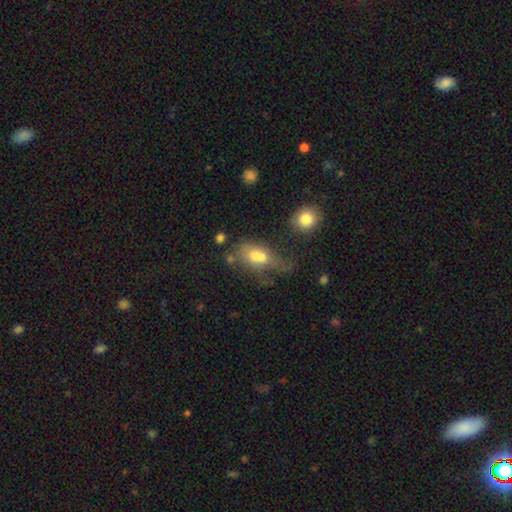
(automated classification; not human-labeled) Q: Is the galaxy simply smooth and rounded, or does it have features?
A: smooth — 66%.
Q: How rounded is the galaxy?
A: in between — 79%.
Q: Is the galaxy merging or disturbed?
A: merger — 39%.